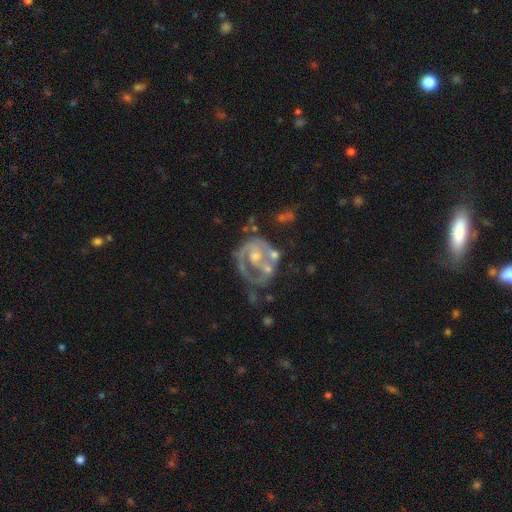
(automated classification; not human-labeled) featured or disk 80%, smooth 13%, star or artifact 7%. Down the decision tree: edge-on disk — no (98%); bar — no (69%); spiral arms — yes (62%); bulge size — moderate (51%); merging — none (37%).